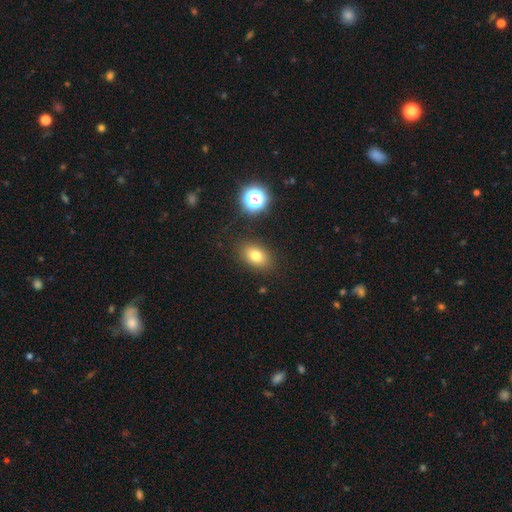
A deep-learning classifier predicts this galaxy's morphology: The model was most divided on "how rounded": in between: 78%, round: 20%, cigar-shaped: 2%. More confident: merging — none (86%); smooth or featured — smooth (77%).